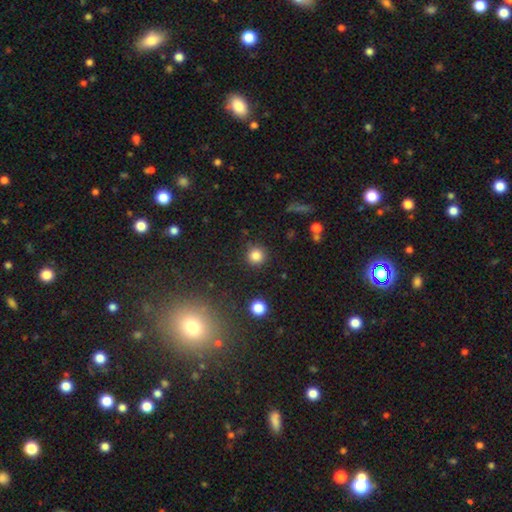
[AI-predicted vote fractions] Morphology: type=smooth (82%); roundness=round (94%); merging=none (89%).